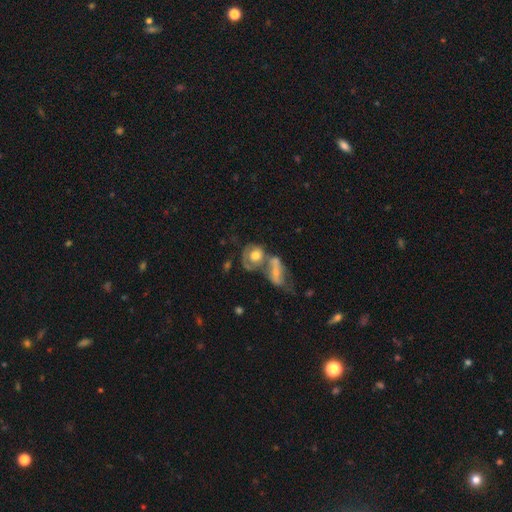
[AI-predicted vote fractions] Smooth or featured? Predicted: smooth (p=0.51). How rounded? Predicted: round (p=0.54). Merging? Predicted: merger (p=0.59).